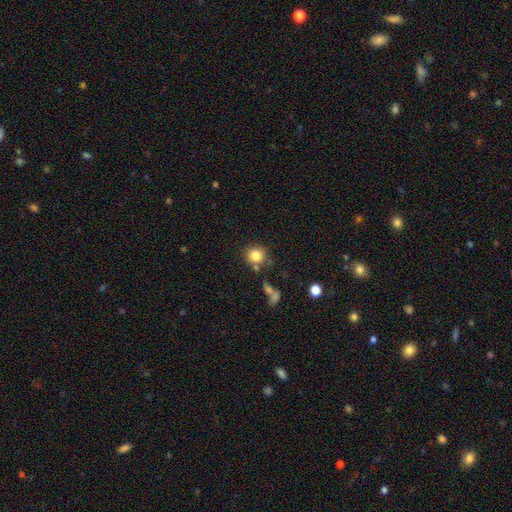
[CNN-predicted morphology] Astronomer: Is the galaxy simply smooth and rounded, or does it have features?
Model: smooth — 83%.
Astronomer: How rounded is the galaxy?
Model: round — 85%.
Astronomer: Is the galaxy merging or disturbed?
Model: none — 72%.